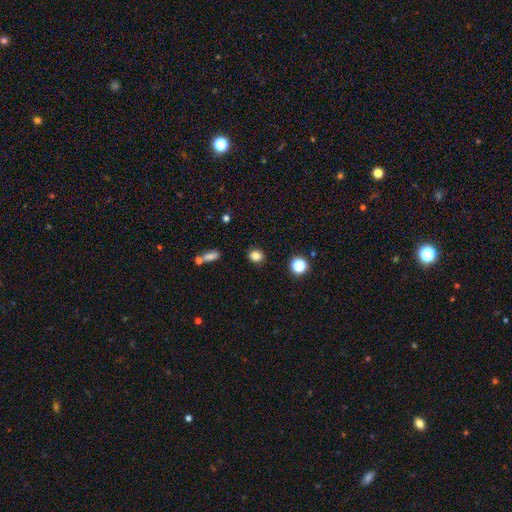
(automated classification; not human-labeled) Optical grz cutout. It shows a smooth galaxy with no disk features (83%) that is round (63%). Merging: none (88%).